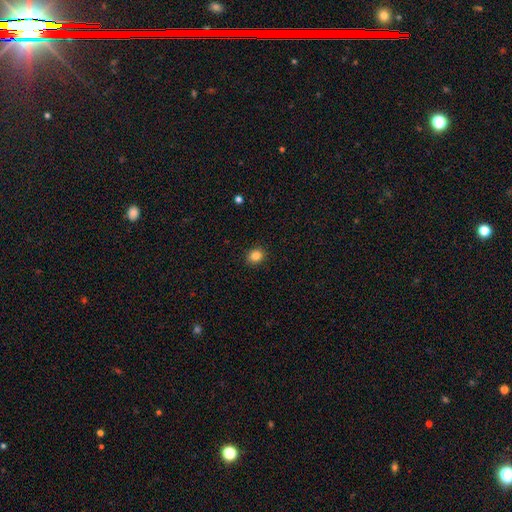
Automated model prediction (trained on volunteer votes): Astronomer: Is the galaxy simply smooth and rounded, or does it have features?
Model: smooth — 85%.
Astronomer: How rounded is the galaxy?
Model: round — 69%.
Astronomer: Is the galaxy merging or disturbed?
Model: none — 91%.